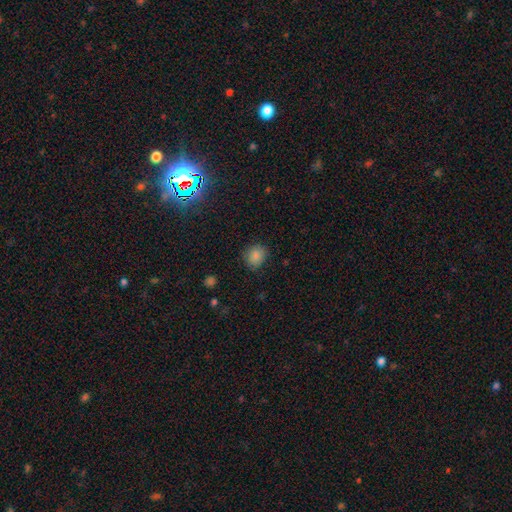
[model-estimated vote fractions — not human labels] Smooth or featured? Predicted: smooth (p=0.85). How rounded? Predicted: round (p=0.71). Merging? Predicted: none (p=0.81).